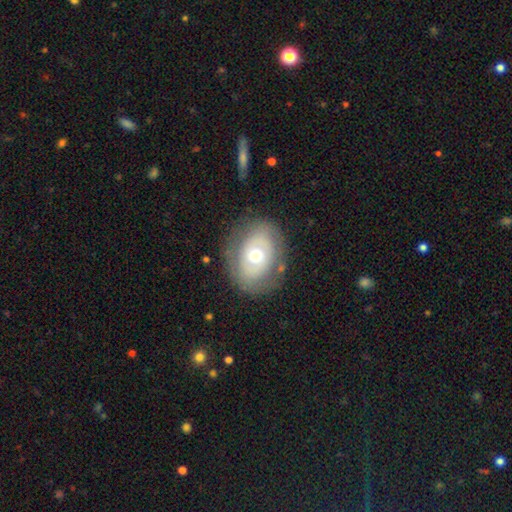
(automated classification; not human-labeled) smooth_or_featured: featured or disk (p=0.48) [alt: smooth p=0.44]
merging: none (p=0.75) [alt: minor disturbance p=0.16]